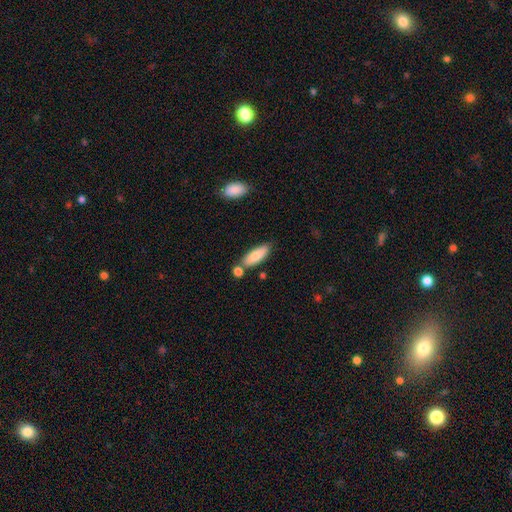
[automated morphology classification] type=smooth (81%); roundness=in between (63%); merging=none (70%).